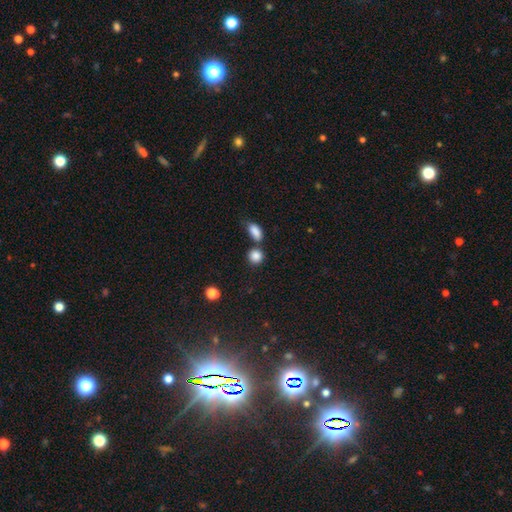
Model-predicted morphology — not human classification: Smooth or featured? Predicted: smooth (p=0.85). How rounded? Predicted: round (p=0.79). Merging? Predicted: none (p=0.62).